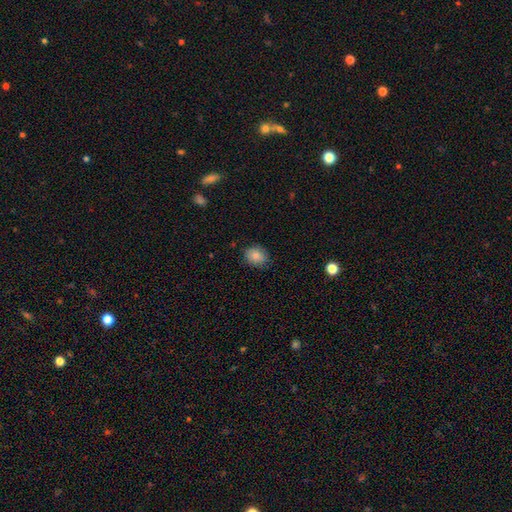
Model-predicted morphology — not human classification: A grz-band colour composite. It shows a smooth galaxy with no disk features (83%) that is round (53%). Merging: none (82%).